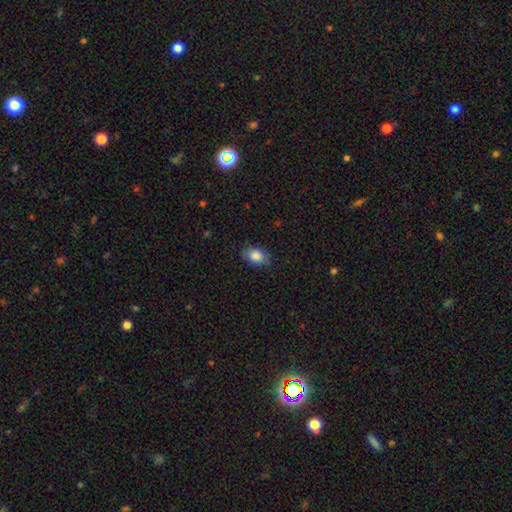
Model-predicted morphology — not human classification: This appears to be a smooth galaxy with no disk features (86%) that is in between round and cigar-shaped (81%). Merging: none (83%).